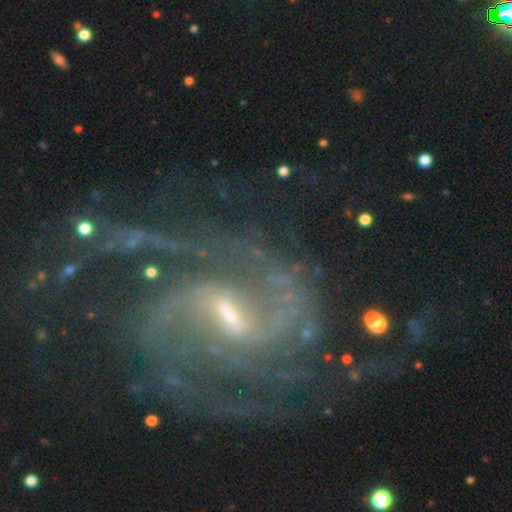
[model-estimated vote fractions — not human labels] Morphology: type=featured or disk (92%); edge-on=no (98%); bar=weak (51%); spiral arms=yes (98%); winding=medium (52%); arm count=2 (55%); bulge=small (55%); merging=none (62%).